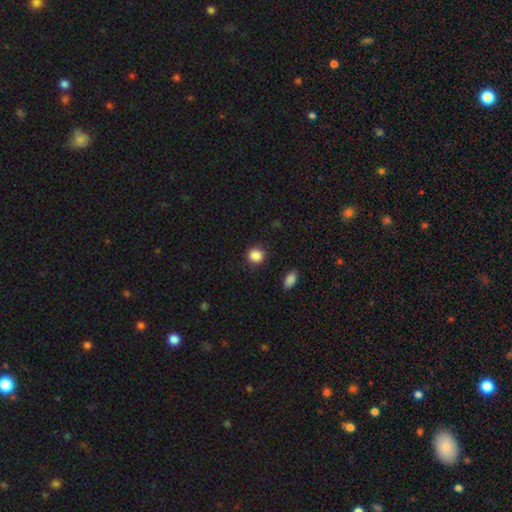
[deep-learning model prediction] Smooth or featured? smooth (88%)
How rounded? round (84%)
Merging? none (88%)